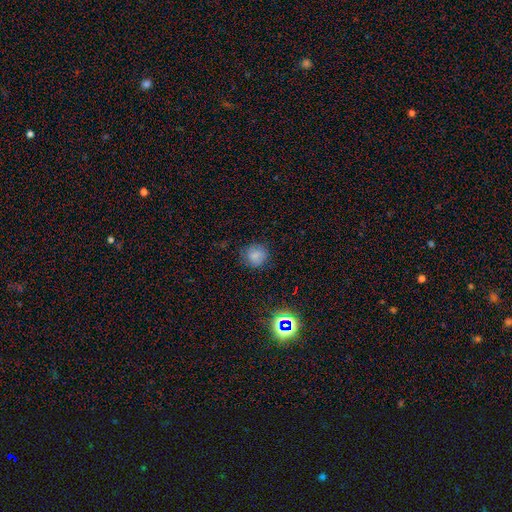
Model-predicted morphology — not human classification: type=smooth (76%); roundness=round (88%); merging=none (80%).